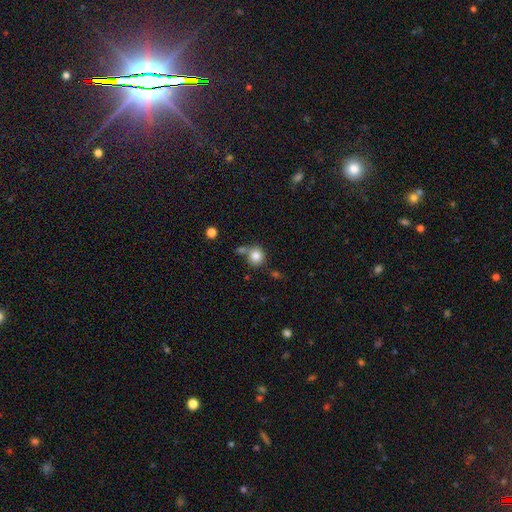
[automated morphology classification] Overall: smooth (82%). How rounded: round (87%). Merging: none (61%; merger 22%).